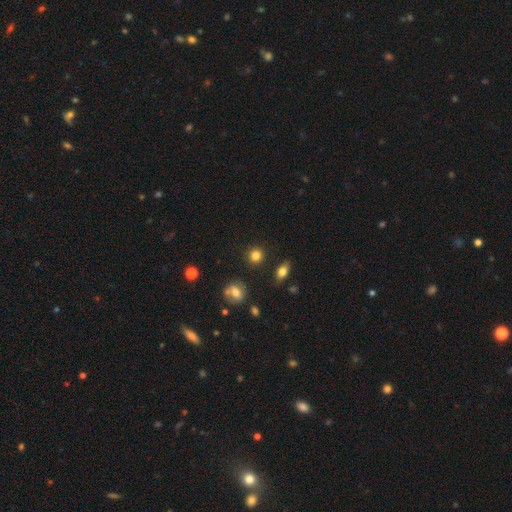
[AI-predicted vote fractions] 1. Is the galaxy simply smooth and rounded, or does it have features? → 83% smooth, 12% star or artifact, 6% featured or disk.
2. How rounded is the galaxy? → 88% round, 11% in between, 1% cigar-shaped.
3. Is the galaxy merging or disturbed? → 87% none, 8% minor disturbance, 3% merger, 3% major disturbance.